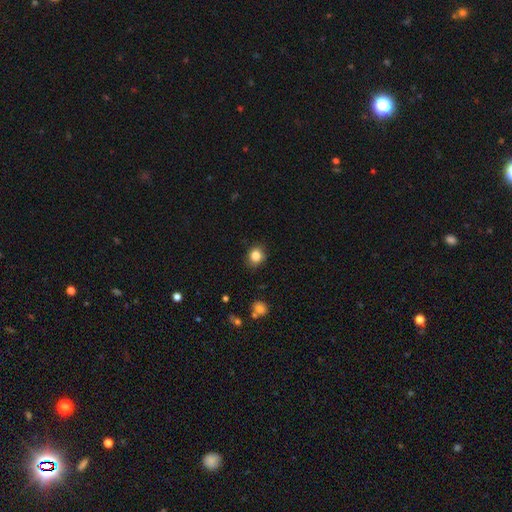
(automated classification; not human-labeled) Smooth or featured? smooth (84%)
How rounded? round (71%)
Merging? none (84%)